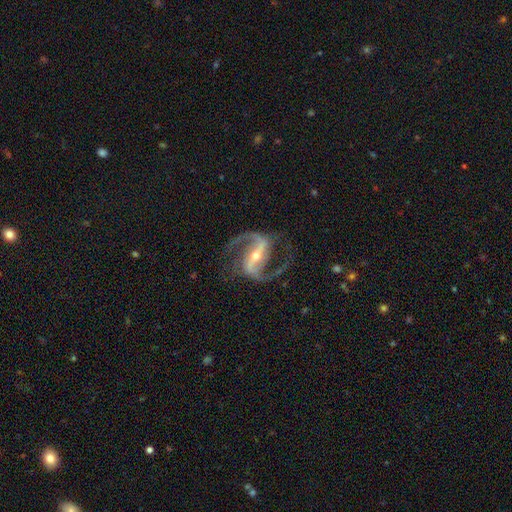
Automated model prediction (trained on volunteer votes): Q: Smooth or featured?
A: featured or disk (93%); runner-up: star or artifact (5%)
Q: Edge-on disk?
A: no (97%); runner-up: yes (3%)
Q: Bar?
A: strong (69%); runner-up: weak (23%)
Q: Spiral arms?
A: yes (98%); runner-up: no (2%)
Q: Spiral winding?
A: medium (55%); runner-up: loose (36%)
Q: Spiral arm count?
A: 2 (94%); runner-up: 3 (2%)
Q: Bulge size?
A: small (57%); runner-up: moderate (39%)
Q: Merging?
A: none (79%); runner-up: minor disturbance (12%)